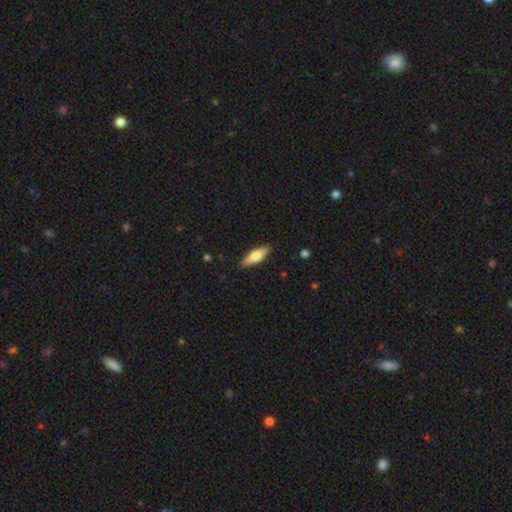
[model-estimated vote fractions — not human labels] Smooth or featured?
  - smooth: 57% *
  - featured or disk: 37%
  - star or artifact: 6%
How rounded?
  - cigar-shaped: 51% *
  - in between: 46%
  - round: 2%
Merging?
  - none: 88% *
  - minor disturbance: 9%
  - major disturbance: 2%
  - merger: 1%